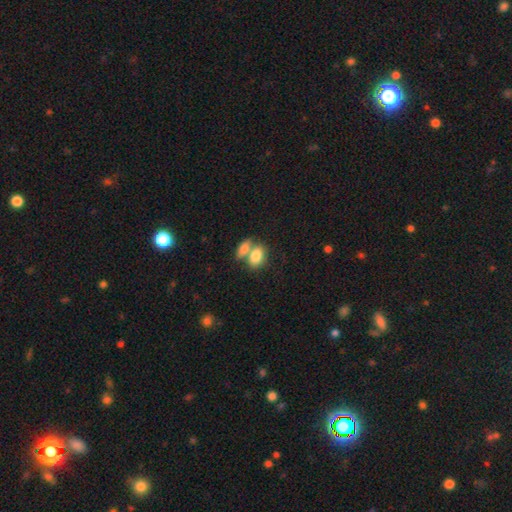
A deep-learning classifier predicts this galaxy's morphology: The model was most divided on "merging": merger: 58%, none: 30%, minor disturbance: 8%, major disturbance: 3%. More confident: how rounded — in between (86%); smooth or featured — smooth (82%).